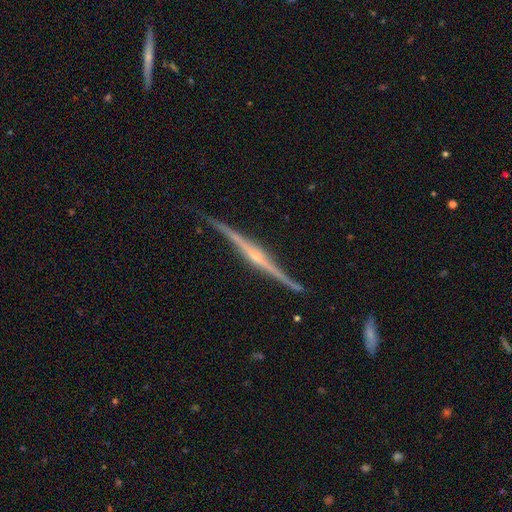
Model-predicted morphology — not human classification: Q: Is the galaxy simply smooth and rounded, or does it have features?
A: featured or disk — 88%.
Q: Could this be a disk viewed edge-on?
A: yes — 98%.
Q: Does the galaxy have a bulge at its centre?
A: rounded — 74%.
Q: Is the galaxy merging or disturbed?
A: none — 84%.